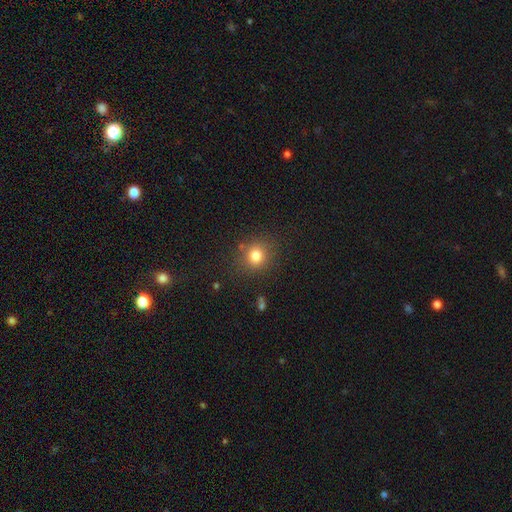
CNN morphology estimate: This is clearly a smooth galaxy (80%). How rounded: clearly round (81%). Merging: clearly none (83%).